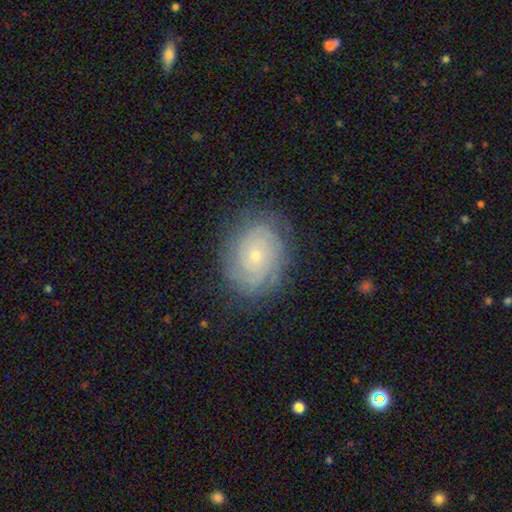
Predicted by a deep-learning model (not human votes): The model was most divided on "spiral arm count": can't tell: 37%, 2: 23%, 3: 18%, 4: 10%, more than 4: 6%, 1: 6%. More confident: edge-on disk — no (97%); spiral arms — yes (94%); merging — none (81%); bar — no (79%); spiral winding — tight (78%); smooth or featured — featured or disk (77%); bulge size — small (71%).